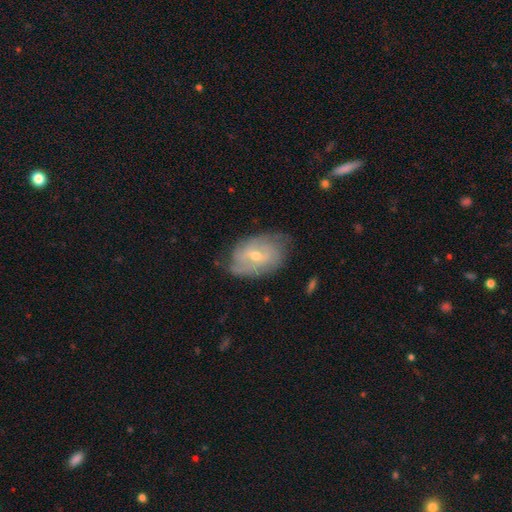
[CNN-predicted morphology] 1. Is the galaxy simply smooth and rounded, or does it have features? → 73% featured or disk, 20% smooth, 7% star or artifact.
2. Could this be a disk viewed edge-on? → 94% no, 6% yes.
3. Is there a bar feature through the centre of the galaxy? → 46% weak, 40% no, 14% strong.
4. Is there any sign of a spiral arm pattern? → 85% yes, 15% no.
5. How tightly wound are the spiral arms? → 52% tight, 34% medium, 15% loose.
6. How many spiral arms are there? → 40% can't tell, 35% 2, 13% 3, 5% 4, 4% 1, 3% more than 4.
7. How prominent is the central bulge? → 50% small, 47% moderate, 1% large, 1% none, 1% dominant.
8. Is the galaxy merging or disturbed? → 67% none, 24% minor disturbance, 8% major disturbance, 1% merger.